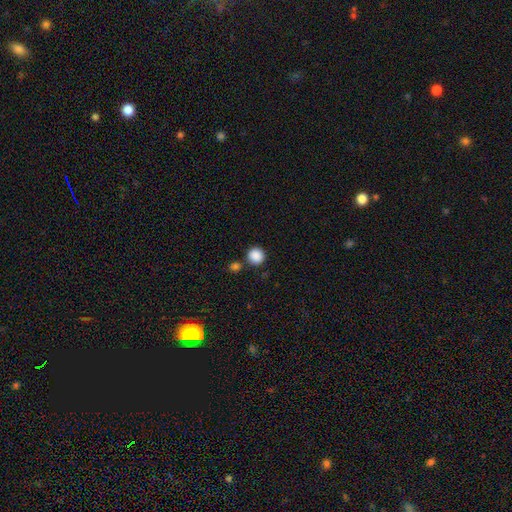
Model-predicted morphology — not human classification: This appears to be a smooth galaxy with no disk features (88%) that is round (92%). Merging: none (79%).